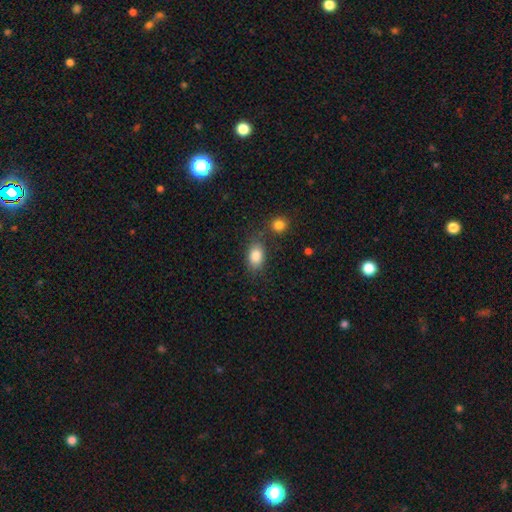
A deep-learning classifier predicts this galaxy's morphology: Smooth or featured? smooth (85%)
How rounded? in between (83%)
Merging? none (72%)